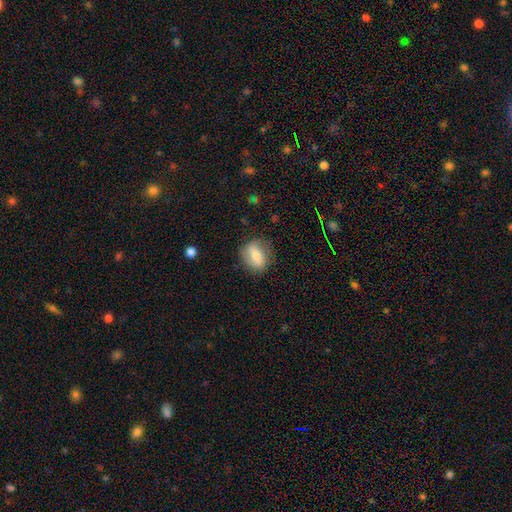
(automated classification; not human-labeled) Smooth or featured: smooth — 59% (featured or disk — 33%)
How rounded: in between — 52% (round — 45%)
Merging: none — 76% (minor disturbance — 17%)